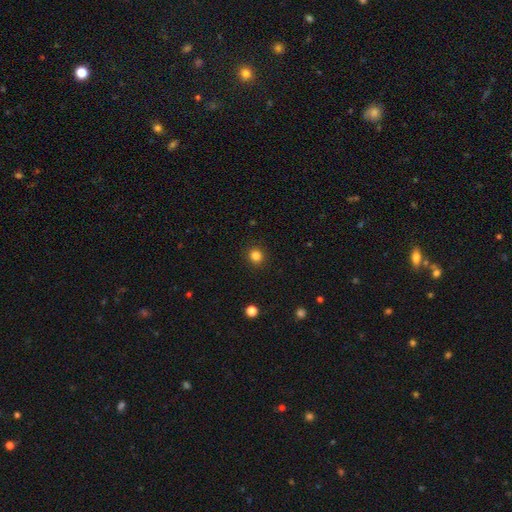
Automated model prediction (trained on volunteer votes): A smooth galaxy with no disk features (84%) that is round (90%).

Vote fractions:
- Smooth or featured? smooth: 84% / star or artifact: 12% / featured or disk: 4%
- How rounded? round: 90% / in between: 9% / cigar-shaped: 1%
- Merging? none: 92% / minor disturbance: 5% / major disturbance: 2% / merger: 1%